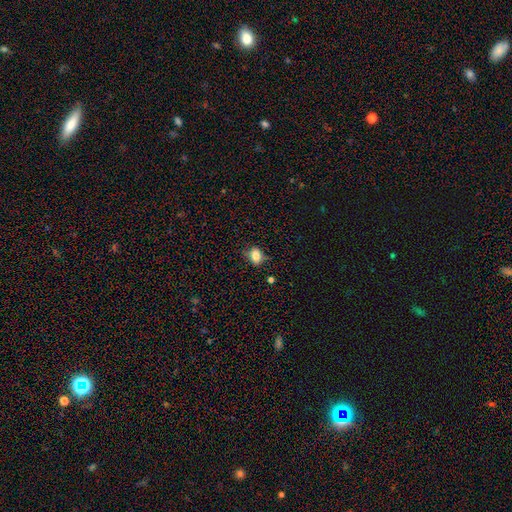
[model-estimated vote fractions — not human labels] Smooth or featured? smooth (77%)
How rounded? in between (65%)
Merging? none (70%)